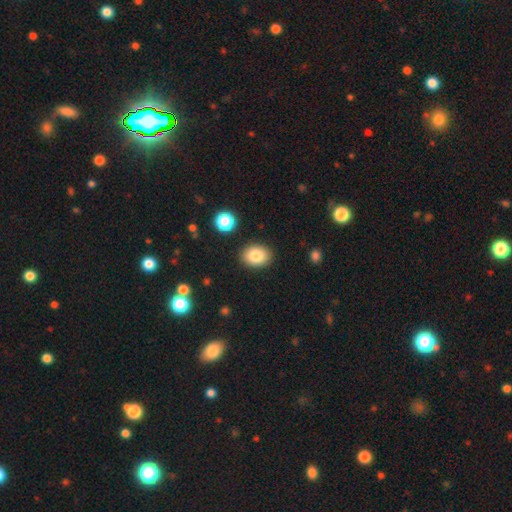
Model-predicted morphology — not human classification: Smooth or featured? smooth (83%)
How rounded? in between (65%)
Merging? none (87%)